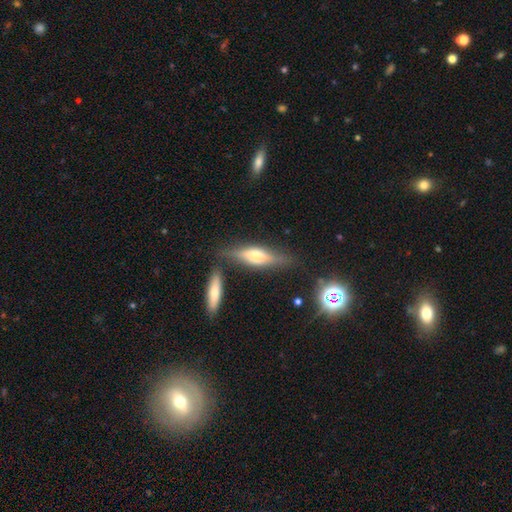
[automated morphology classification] Overall: featured or disk (54%; smooth 39%). Edge-on disk: yes (90%). Merging: none (68%).